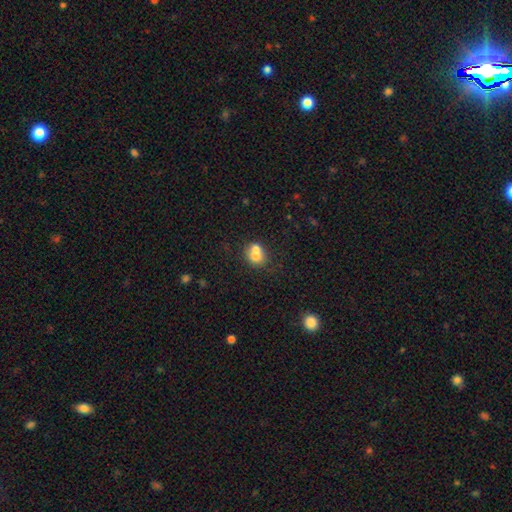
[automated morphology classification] This is likely a smooth galaxy (70%). How rounded: likely round (66%). Merging: likely merger (62%).